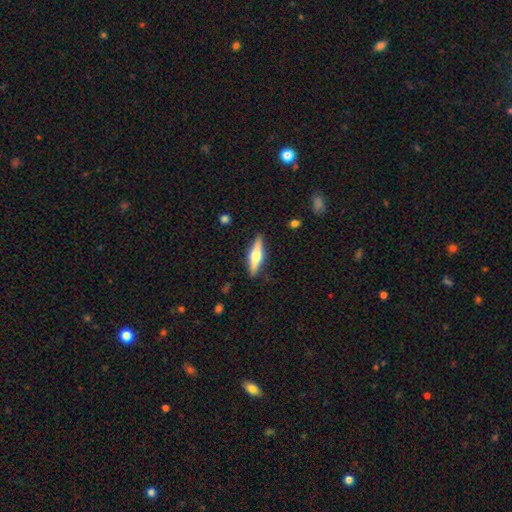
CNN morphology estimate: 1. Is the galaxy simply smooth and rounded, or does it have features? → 62% featured or disk, 33% smooth, 6% star or artifact.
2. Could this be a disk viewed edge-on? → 96% yes, 4% no.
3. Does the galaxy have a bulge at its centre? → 92% rounded, 6% boxy, 2% none.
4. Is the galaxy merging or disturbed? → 88% none, 8% minor disturbance, 2% major disturbance, 1% merger.